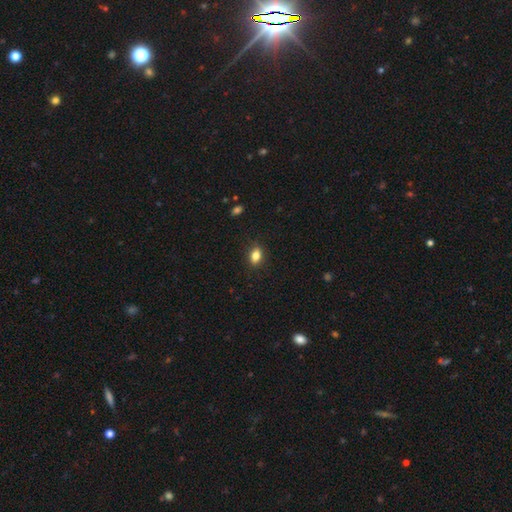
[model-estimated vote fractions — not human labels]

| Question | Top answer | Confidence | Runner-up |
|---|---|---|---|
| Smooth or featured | smooth | 83% | star or artifact (10%) |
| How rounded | in between | 78% | round (19%) |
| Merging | none | 84% | minor disturbance (12%) |